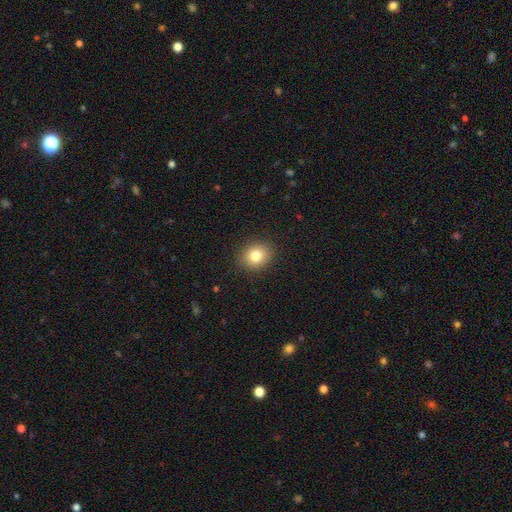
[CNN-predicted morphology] This appears to be a smooth galaxy with no disk features (81%) that is round (61%). Merging: none (89%).